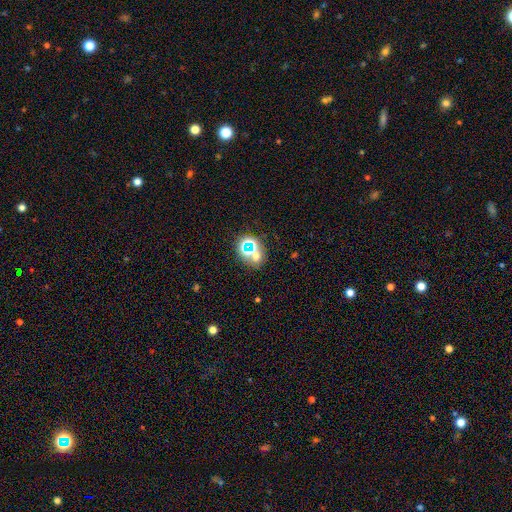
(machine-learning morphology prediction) Smooth or featured: star or artifact — 43% (smooth — 40%)